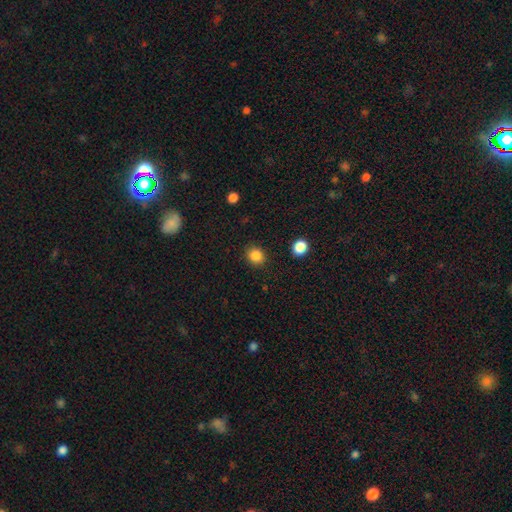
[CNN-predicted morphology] Smooth or featured: smooth — 86% (star or artifact — 11%)
How rounded: round — 77% (in between — 22%)
Merging: none — 88% (minor disturbance — 8%)